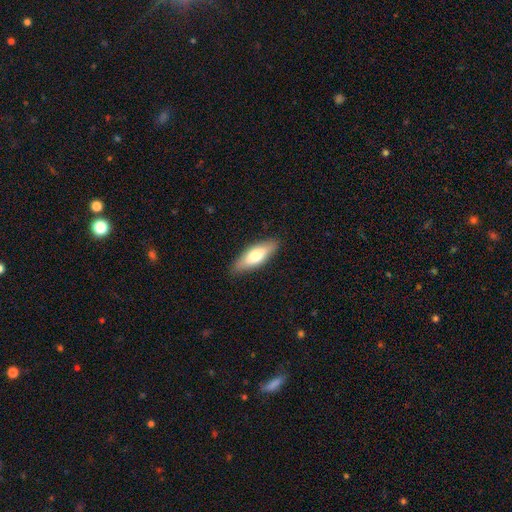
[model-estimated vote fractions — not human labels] smooth-or-featured: smooth: 70% | featured or disk: 24% | star or artifact: 6%
  how-rounded: in between: 59% | cigar-shaped: 39% | round: 2%
  merging: none: 86% | minor disturbance: 10% | major disturbance: 2% | merger: 1%